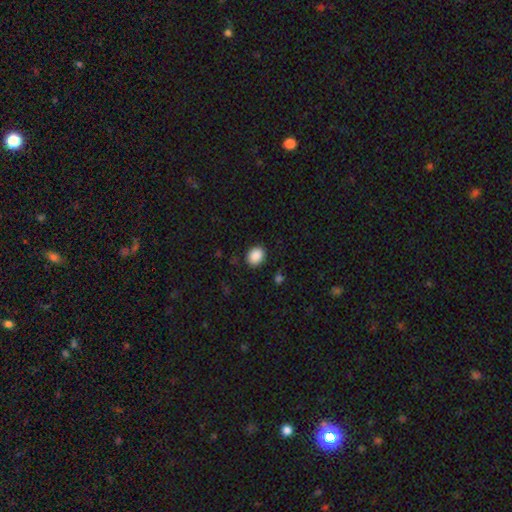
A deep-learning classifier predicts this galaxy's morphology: Smooth or featured? smooth (89%)
How rounded? round (58%)
Merging? none (89%)